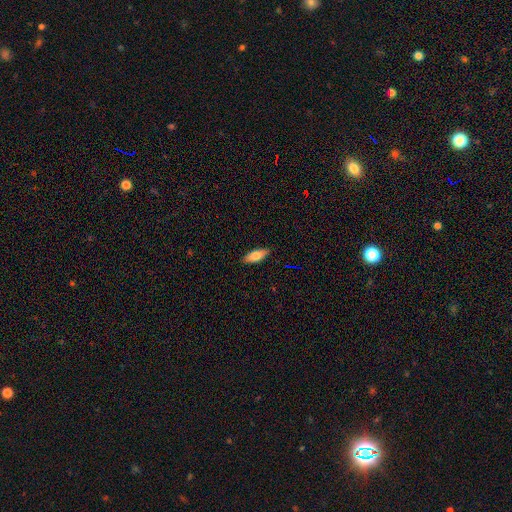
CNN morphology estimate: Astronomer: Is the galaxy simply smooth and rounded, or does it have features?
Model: smooth — 78%.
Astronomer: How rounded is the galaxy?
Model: in between — 71%.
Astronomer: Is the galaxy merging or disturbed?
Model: none — 88%.